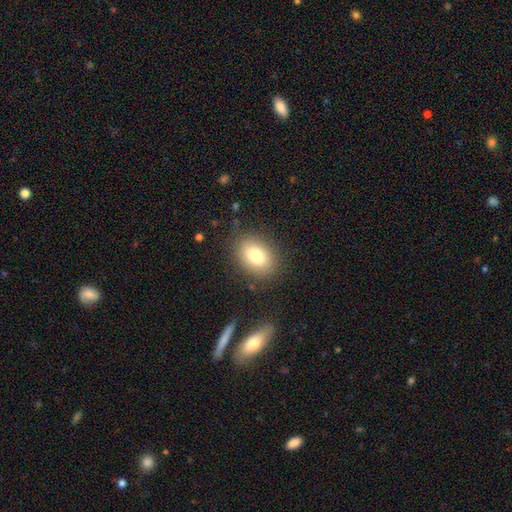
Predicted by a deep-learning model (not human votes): Smooth or featured: smooth — 81% (featured or disk — 10%)
How rounded: in between — 77% (round — 22%)
Merging: none — 83% (minor disturbance — 11%)